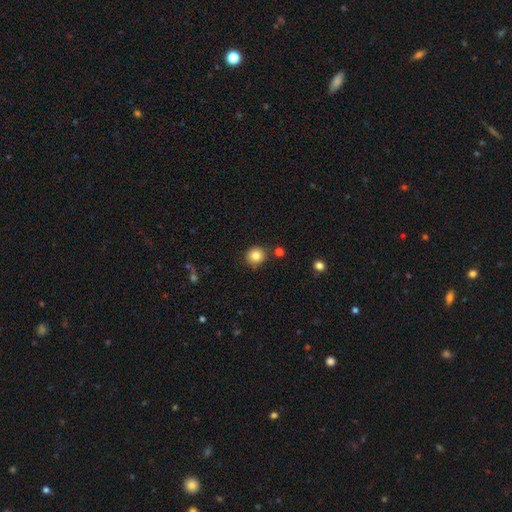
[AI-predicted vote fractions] Q: Smooth or featured?
A: smooth (83%); runner-up: star or artifact (10%)
Q: How rounded?
A: round (88%); runner-up: in between (11%)
Q: Merging?
A: none (83%); runner-up: minor disturbance (9%)